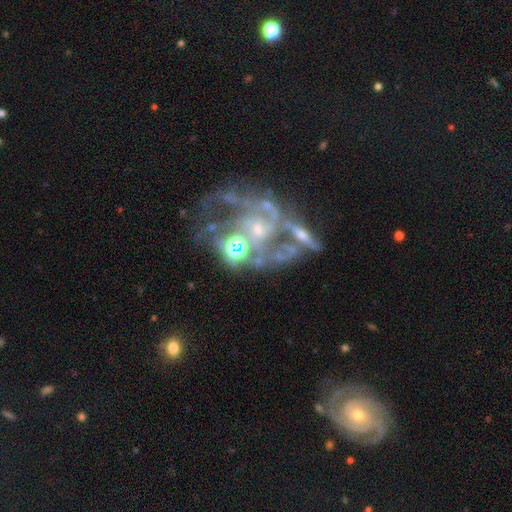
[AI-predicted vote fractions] smooth-or-featured: featured or disk: 75% | star or artifact: 17% | smooth: 9%
  disk-edge-on: no: 96% | yes: 4%
    bar: no: 66% | weak: 24% | strong: 10%
    has-spiral-arms: yes: 65% | no: 35%
    bulge-size: small: 41% | moderate: 35% | none: 15% | large: 6% | dominant: 3%
  merging: major disturbance: 30% | none: 29% | merger: 27% | minor disturbance: 13%